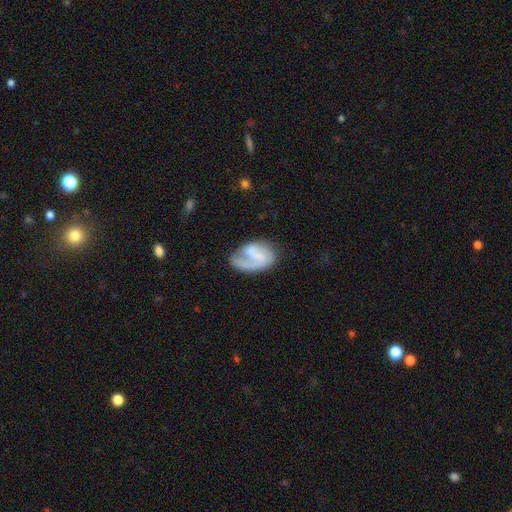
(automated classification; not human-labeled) Morphology: type=featured or disk (64%); edge-on=no (98%); bar=weak (43%); spiral arms=yes (83%); winding=medium (41%); arm count=1 (47%); bulge=none (40%); merging=none (45%).